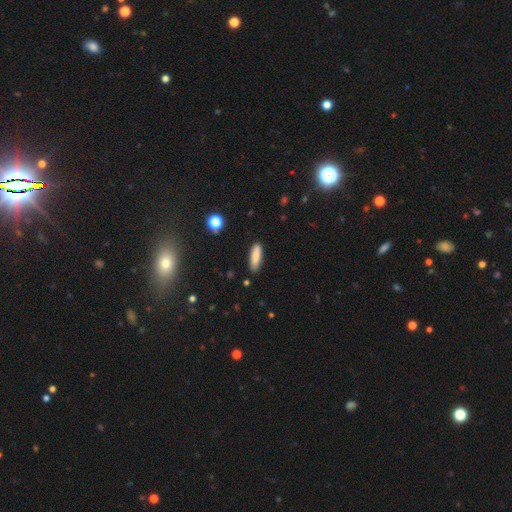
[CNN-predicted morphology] This is clearly a smooth galaxy (85%). How rounded: possibly cigar-shaped (58%). Merging: clearly none (86%).